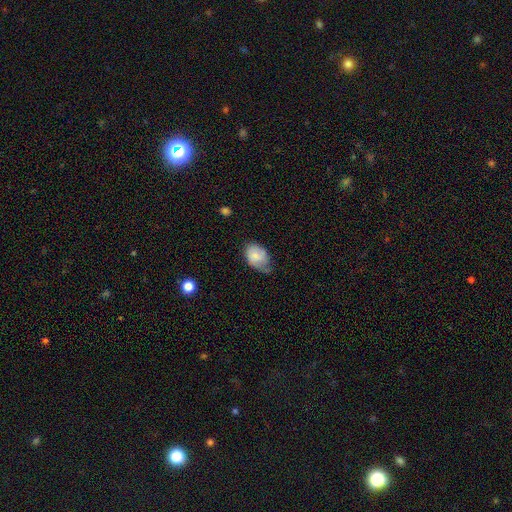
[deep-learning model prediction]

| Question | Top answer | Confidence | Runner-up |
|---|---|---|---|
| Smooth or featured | smooth | 65% | featured or disk (28%) |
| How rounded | in between | 82% | round (17%) |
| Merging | minor disturbance | 43% | none (36%) |